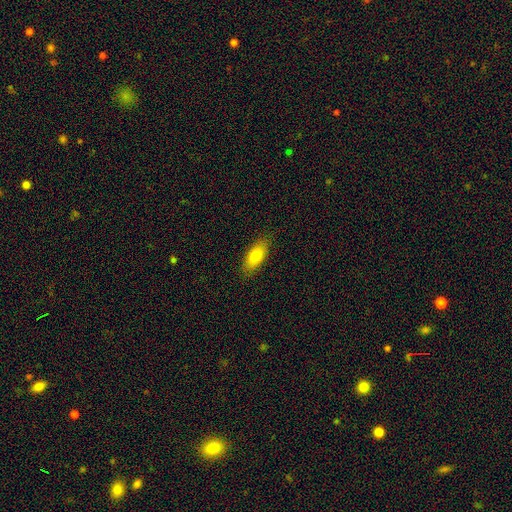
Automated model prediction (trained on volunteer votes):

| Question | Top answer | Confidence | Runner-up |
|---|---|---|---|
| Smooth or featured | smooth | 78% | featured or disk (15%) |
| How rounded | in between | 81% | cigar-shaped (16%) |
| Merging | none | 86% | minor disturbance (10%) |